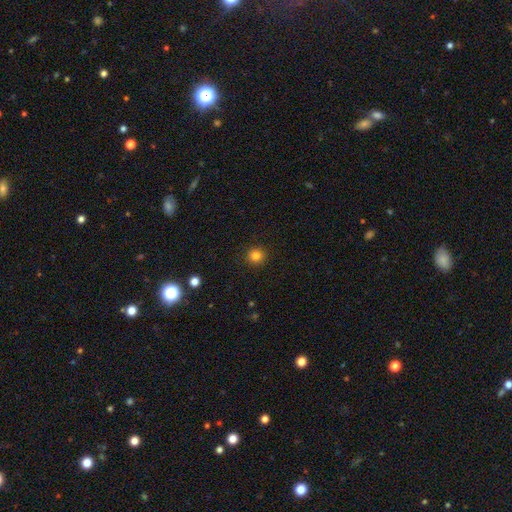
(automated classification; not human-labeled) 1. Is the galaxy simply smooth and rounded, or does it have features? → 83% smooth, 13% star or artifact, 5% featured or disk.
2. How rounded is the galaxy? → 94% round, 5% in between, 1% cigar-shaped.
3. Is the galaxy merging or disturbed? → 92% none, 5% minor disturbance, 2% major disturbance, 1% merger.